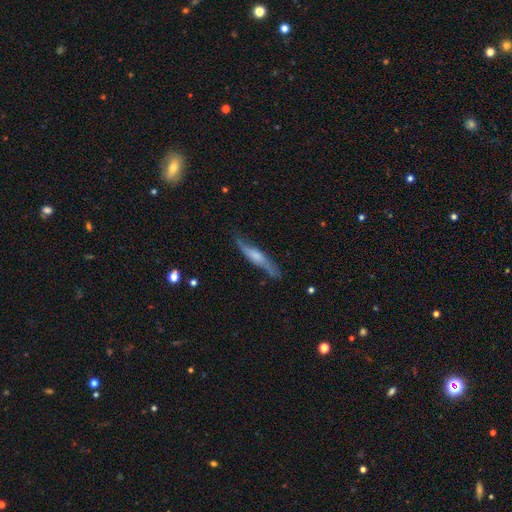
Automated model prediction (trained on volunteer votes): Smooth or featured? featured or disk (61%)
Edge-on disk? yes (79%)
Merging? none (72%)